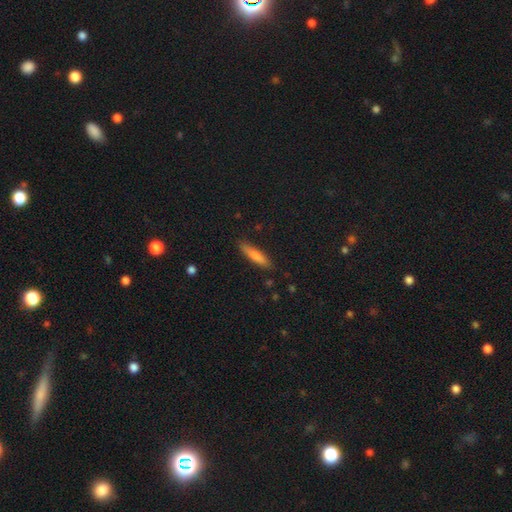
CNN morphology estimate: A smooth galaxy with no disk features (79%) that is cigar-shaped (82%). Merging: none (86%).